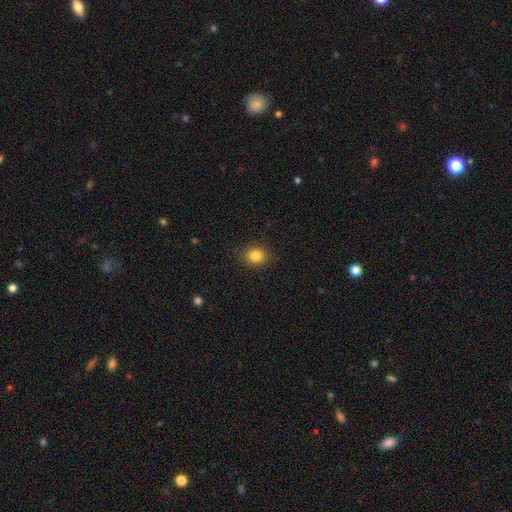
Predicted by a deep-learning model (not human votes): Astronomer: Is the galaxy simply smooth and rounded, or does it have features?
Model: smooth — 84%.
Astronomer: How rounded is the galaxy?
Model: round — 67%.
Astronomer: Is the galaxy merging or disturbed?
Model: none — 88%.